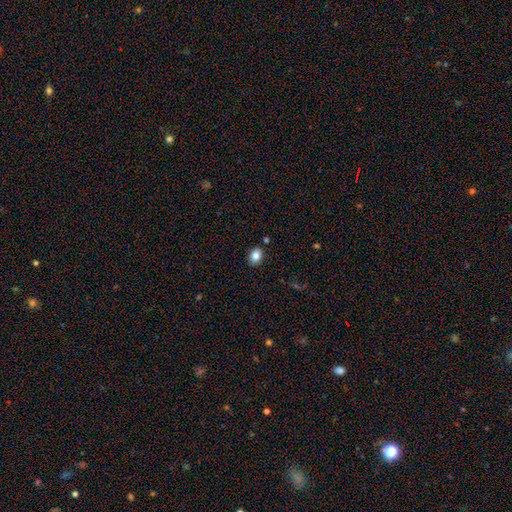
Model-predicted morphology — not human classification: Smooth or featured? Predicted: smooth (p=0.83). How rounded? Predicted: in between (p=0.69). Merging? Predicted: none (p=0.85).